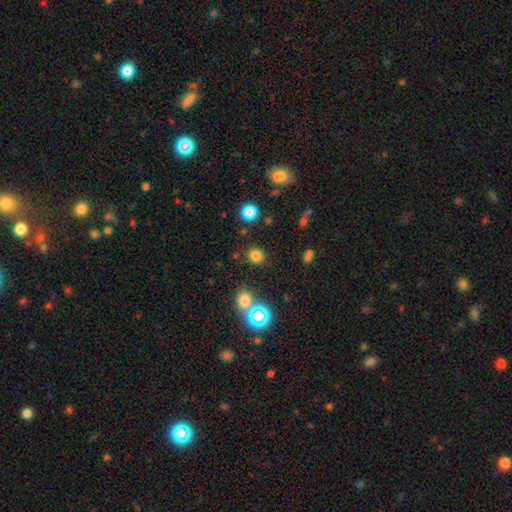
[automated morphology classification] Smooth or featured: smooth — 76% (star or artifact — 19%)
How rounded: round — 82% (in between — 17%)
Merging: none — 85% (minor disturbance — 8%)